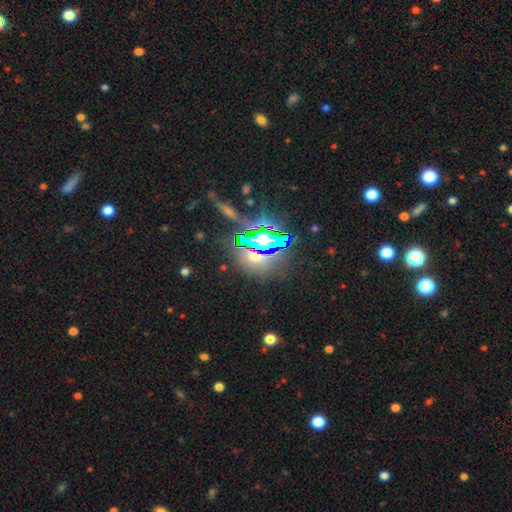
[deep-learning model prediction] Smooth or featured? Predicted: star or artifact (p=0.67).